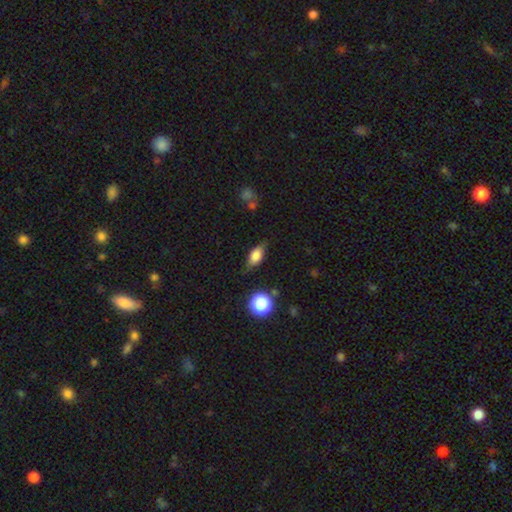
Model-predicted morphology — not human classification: type=smooth (67%); roundness=in between (75%); merging=none (73%).